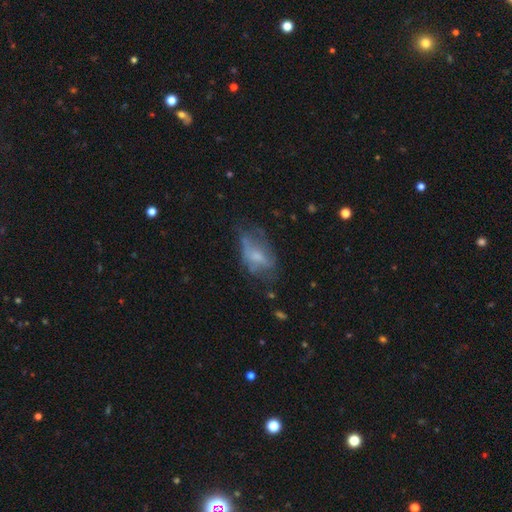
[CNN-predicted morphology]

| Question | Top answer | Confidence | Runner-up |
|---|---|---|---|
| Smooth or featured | smooth | 45% | featured or disk (44%) |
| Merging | none | 38% | minor disturbance (30%) |